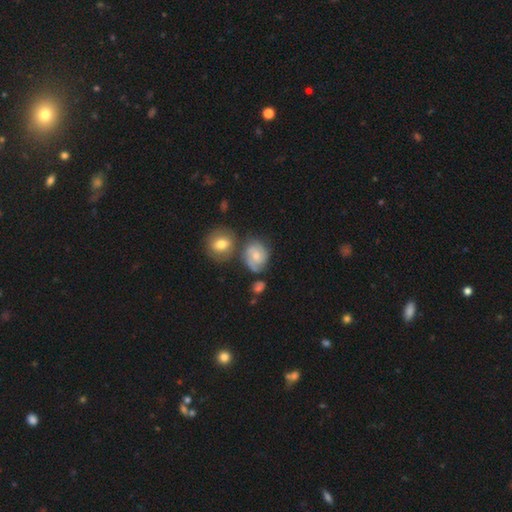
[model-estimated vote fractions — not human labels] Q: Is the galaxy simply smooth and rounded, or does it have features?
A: featured or disk — 65%.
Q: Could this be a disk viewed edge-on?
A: no — 97%.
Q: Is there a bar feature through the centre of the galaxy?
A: no — 66%.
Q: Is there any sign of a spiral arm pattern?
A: yes — 91%.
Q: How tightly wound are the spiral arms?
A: tight — 51%.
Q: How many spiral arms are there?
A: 2 — 51%.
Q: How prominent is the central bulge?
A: moderate — 52%.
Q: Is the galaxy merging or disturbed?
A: none — 59%.